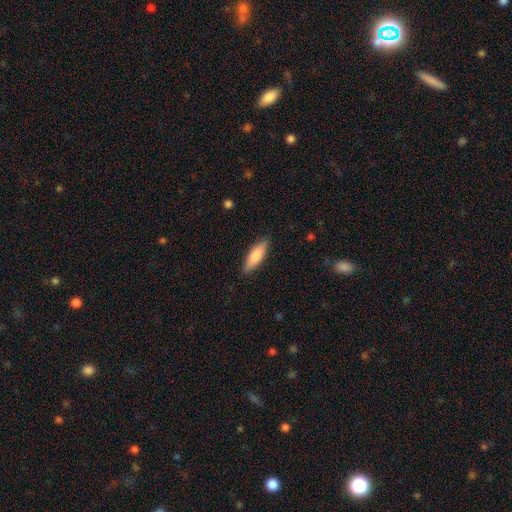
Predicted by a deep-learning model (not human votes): smooth_or_featured: smooth (p=0.79) [alt: featured or disk p=0.16]
how_rounded: in between (p=0.53) [alt: cigar-shaped p=0.45]
merging: none (p=0.86) [alt: minor disturbance p=0.10]